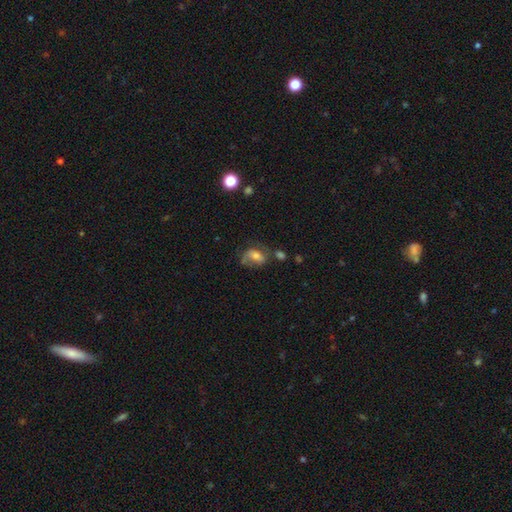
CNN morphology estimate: smooth_or_featured: smooth (p=0.49) [alt: featured or disk p=0.40]
merging: none (p=0.39) [alt: minor disturbance p=0.24]